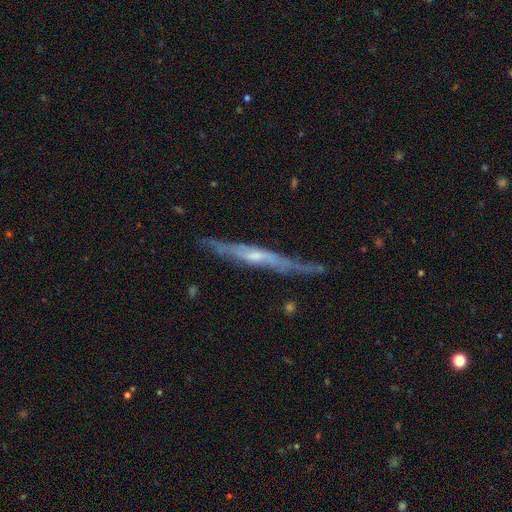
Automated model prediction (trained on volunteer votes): smooth_or_featured: featured or disk (p=0.75) [alt: smooth p=0.18]
disk_edge_on: yes (p=0.89) [alt: no p=0.11]
edge_on_bulge: none (p=0.45) [alt: rounded p=0.44]
merging: none (p=0.72) [alt: minor disturbance p=0.21]